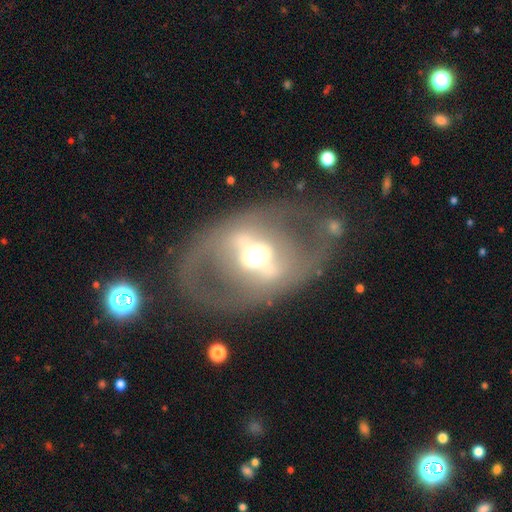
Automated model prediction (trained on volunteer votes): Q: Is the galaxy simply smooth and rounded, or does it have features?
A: featured or disk — 72%.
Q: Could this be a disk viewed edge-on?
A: no — 87%.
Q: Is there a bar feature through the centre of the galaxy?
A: strong — 51%.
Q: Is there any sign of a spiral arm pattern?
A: no — 66%.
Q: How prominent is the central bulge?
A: moderate — 57%.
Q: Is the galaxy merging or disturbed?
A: none — 66%.